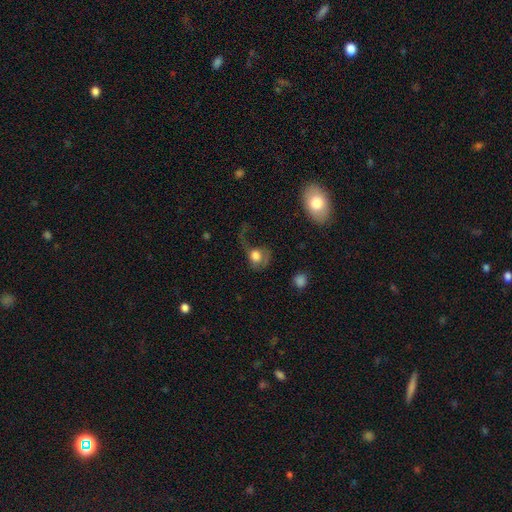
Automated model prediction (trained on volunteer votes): Smooth or featured? Predicted: smooth (p=0.59). How rounded? Predicted: round (p=0.58). Merging? Predicted: major disturbance (p=0.62).